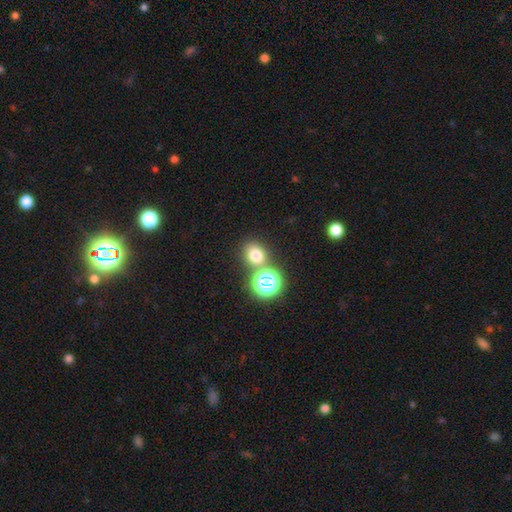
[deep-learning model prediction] Overall: smooth (70%). How rounded: round (68%; in between 31%). Merging: none (69%).